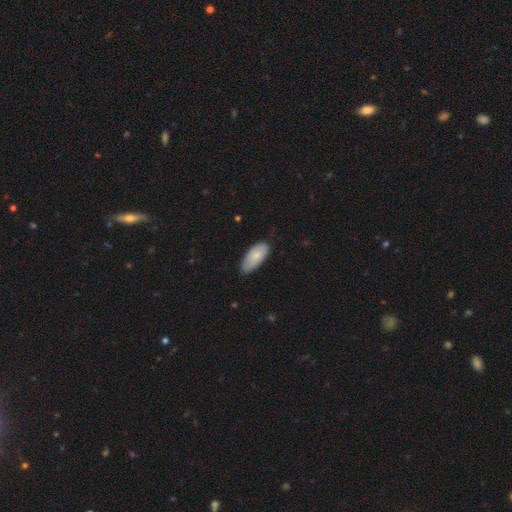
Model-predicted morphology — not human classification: Smooth or featured? smooth (80%)
How rounded? in between (90%)
Merging? none (64%)